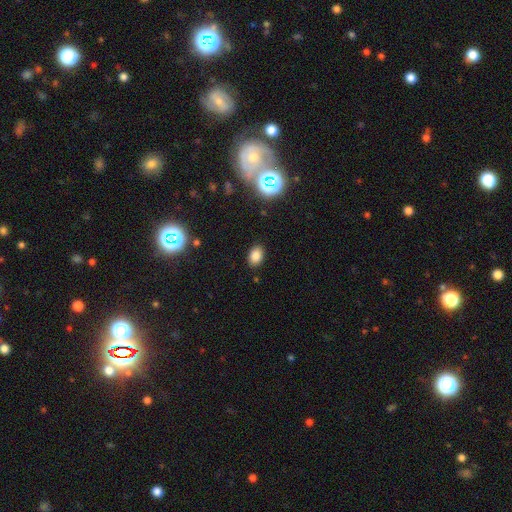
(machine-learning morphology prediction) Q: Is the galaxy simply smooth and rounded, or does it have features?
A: smooth — 82%.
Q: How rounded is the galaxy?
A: in between — 81%.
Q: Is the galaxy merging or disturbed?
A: none — 87%.